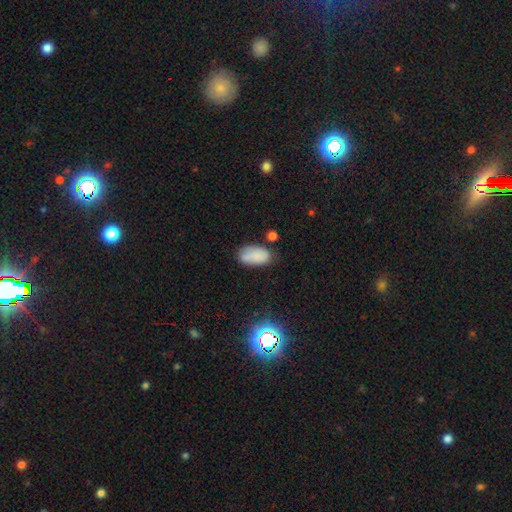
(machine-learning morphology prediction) smooth-or-featured: smooth: 76% | featured or disk: 14% | star or artifact: 9%
  how-rounded: in between: 93% | round: 5% | cigar-shaped: 2%
  merging: none: 61% | minor disturbance: 24% | merger: 8% | major disturbance: 7%